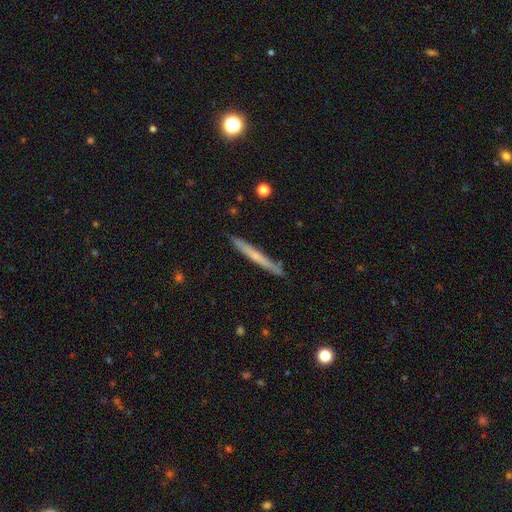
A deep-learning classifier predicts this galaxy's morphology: A smooth galaxy with no disk features (49%). Merging: none (87%).